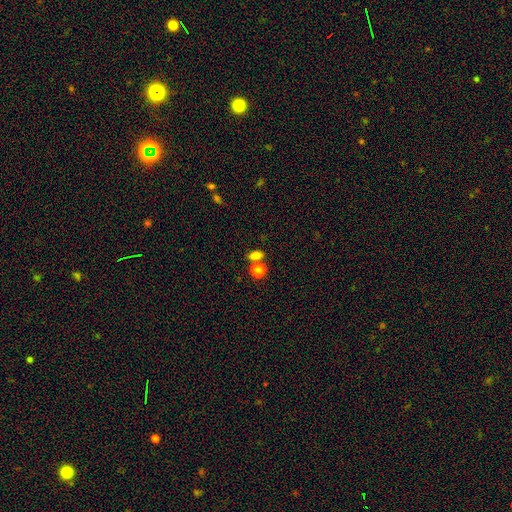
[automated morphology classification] A smooth galaxy with no disk features (81%) that is in between round and cigar-shaped (68%). Merging: none (57%).